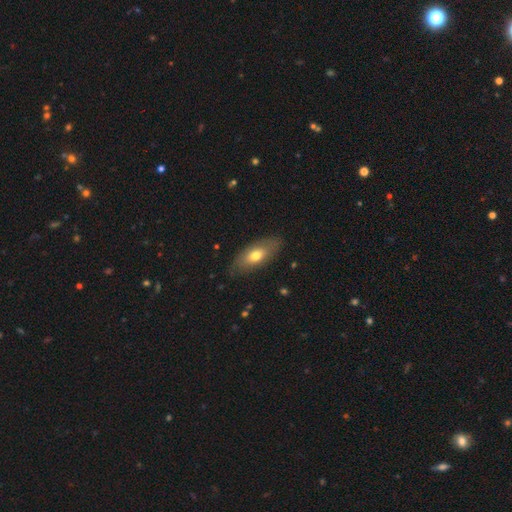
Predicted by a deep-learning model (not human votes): A smooth galaxy with no disk features (67%) that is in between round and cigar-shaped (84%). Merging: none (82%).